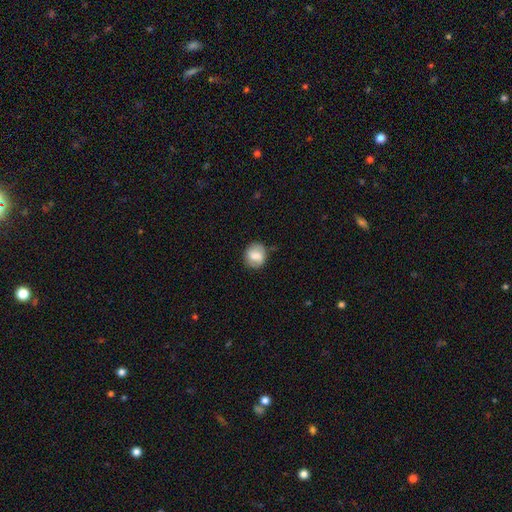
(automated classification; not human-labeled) Smooth or featured?
  - smooth: 69% *
  - featured or disk: 23%
  - star or artifact: 8%
How rounded?
  - round: 75% *
  - in between: 24%
  - cigar-shaped: 1%
Merging?
  - none: 73% *
  - minor disturbance: 20%
  - major disturbance: 6%
  - merger: 2%